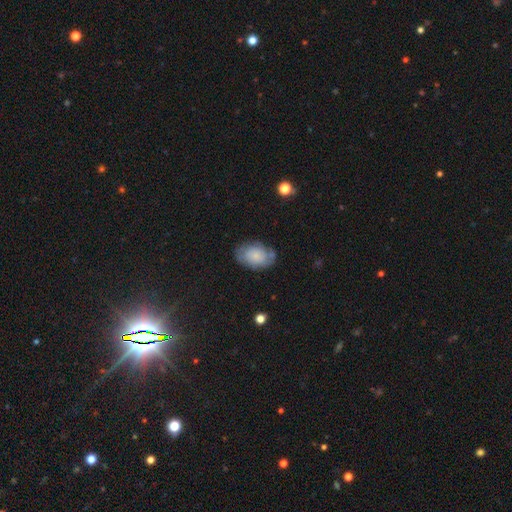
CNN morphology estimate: This is likely a smooth galaxy (61%). How rounded: clearly in between (86%). Merging: likely none (65%).